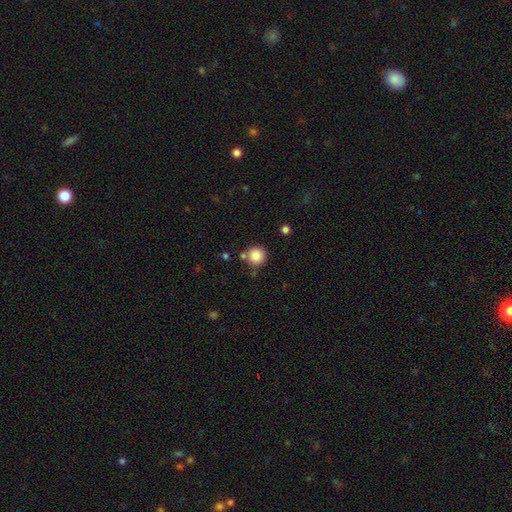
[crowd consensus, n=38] A smooth galaxy with no disk features (89%) that is round (97%).

Vote fractions:
- Smooth or featured? smooth: 89% / star or artifact: 8% / featured or disk: 3%
- How rounded? round: 97% / in between: 3% / cigar-shaped: 0%
- Merging? none: 80% / merger: 9% / minor disturbance: 6% / major disturbance: 6%